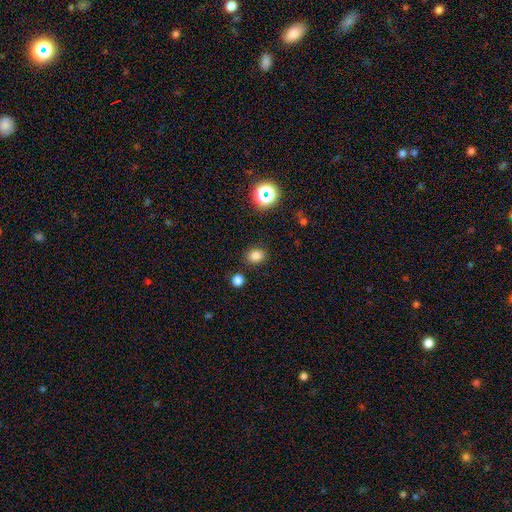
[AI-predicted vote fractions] This is clearly a smooth galaxy (81%). How rounded: possibly round (54%). Merging: clearly none (85%).